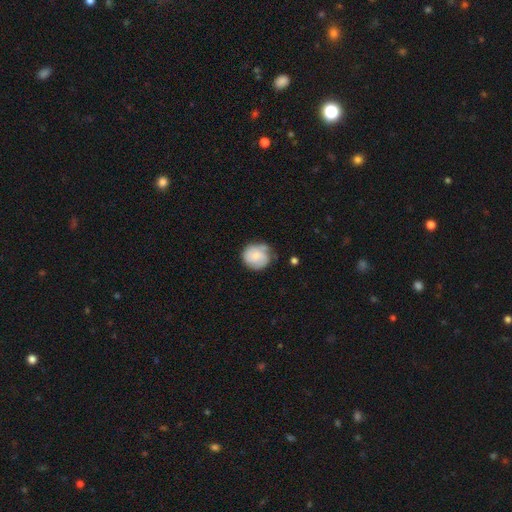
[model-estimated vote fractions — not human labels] A smooth galaxy with no disk features (54%) that is round (81%). Merging: none (57%).